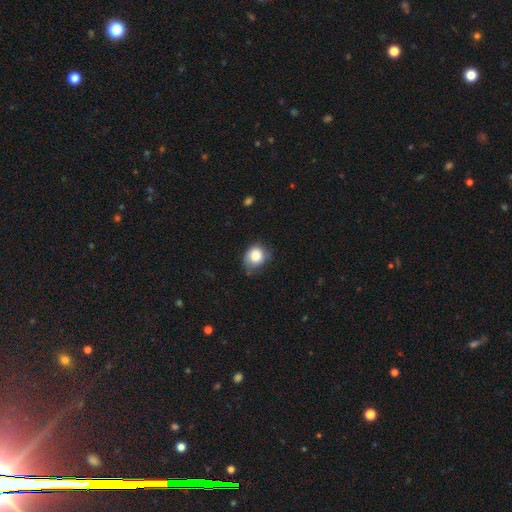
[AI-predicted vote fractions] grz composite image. It shows a smooth galaxy with no disk features (82%) that is round (64%). Merging: none (55%).